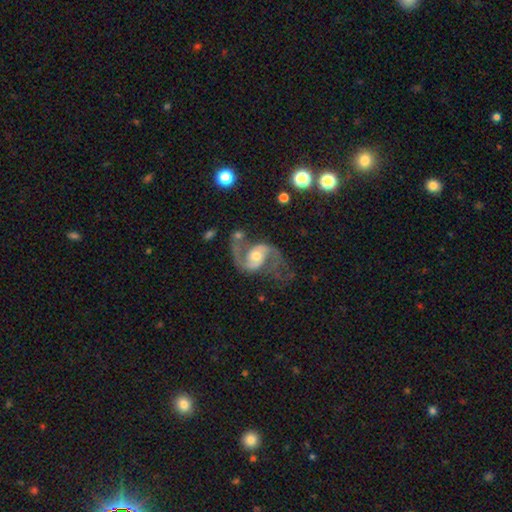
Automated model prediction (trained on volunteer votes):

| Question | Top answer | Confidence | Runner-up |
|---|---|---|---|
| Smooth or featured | featured or disk | 89% | smooth (6%) |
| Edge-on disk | no | 98% | yes (2%) |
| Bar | no | 51% | weak (36%) |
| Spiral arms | yes | 96% | no (4%) |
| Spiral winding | loose | 47% | medium (44%) |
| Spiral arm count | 2 | 91% | 1 (3%) |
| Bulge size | moderate | 65% | small (22%) |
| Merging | none | 53% | major disturbance (21%) |